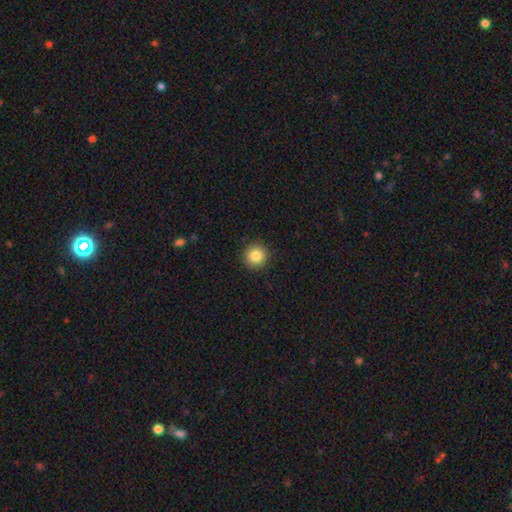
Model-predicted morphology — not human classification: Overall: smooth (85%). How rounded: round (94%). Merging: none (91%).